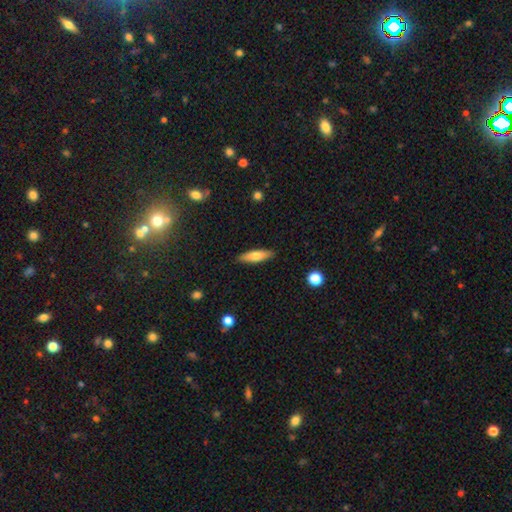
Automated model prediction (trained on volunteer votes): Overall: smooth (72%). How rounded: cigar-shaped (58%; in between 40%). Merging: none (89%).